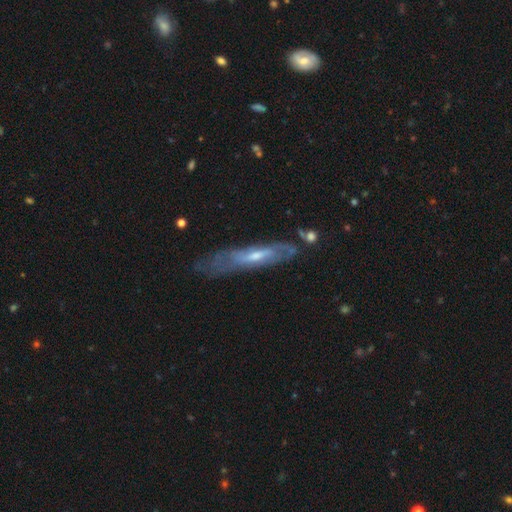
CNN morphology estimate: This appears to be a featured or disk galaxy (67%). Merging: none (61%).